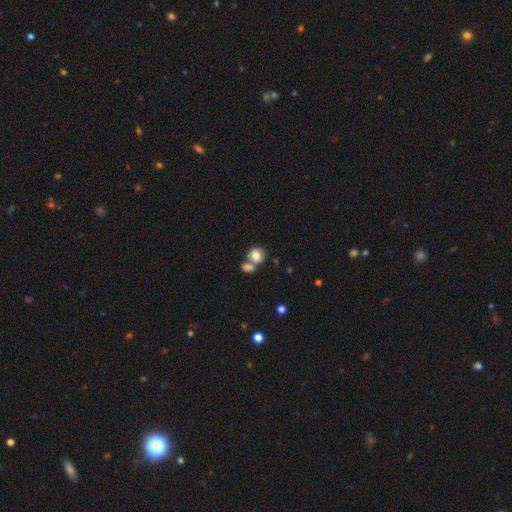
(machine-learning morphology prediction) Smooth or featured: smooth — 83% (star or artifact — 9%)
How rounded: round — 76% (in between — 23%)
Merging: merger — 46% (none — 42%)